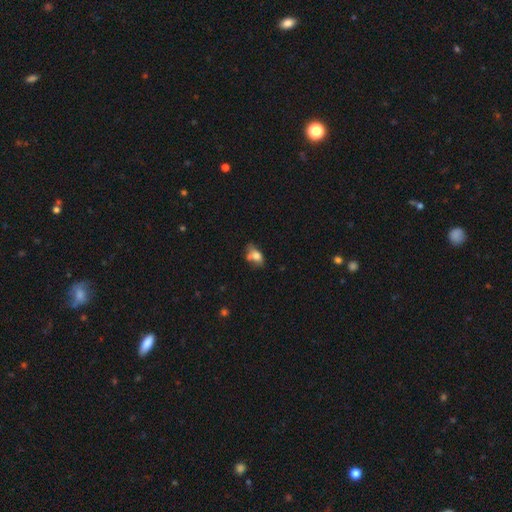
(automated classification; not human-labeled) This is likely a smooth galaxy (69%). How rounded: clearly in between (82%). Merging: marginally none (44%).